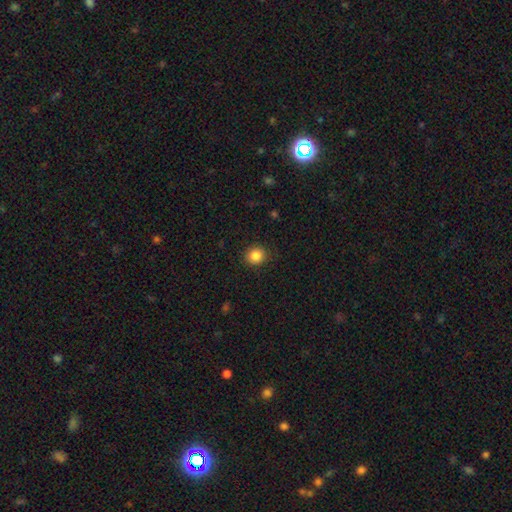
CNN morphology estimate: Q: Smooth or featured?
A: smooth (86%); runner-up: star or artifact (10%)
Q: How rounded?
A: round (86%); runner-up: in between (14%)
Q: Merging?
A: none (90%); runner-up: minor disturbance (7%)